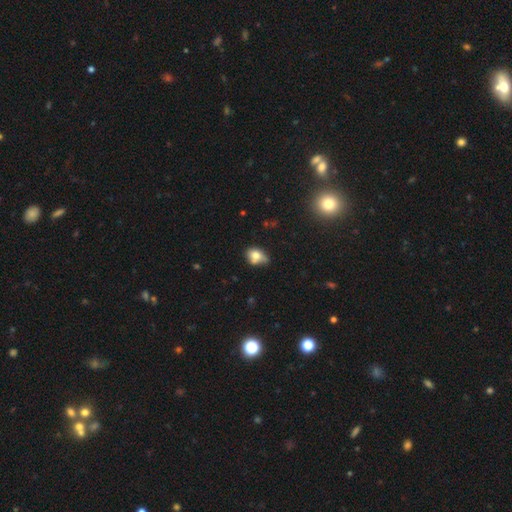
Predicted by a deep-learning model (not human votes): Morphology: type=smooth (74%); roundness=in between (64%); merging=none (40%).